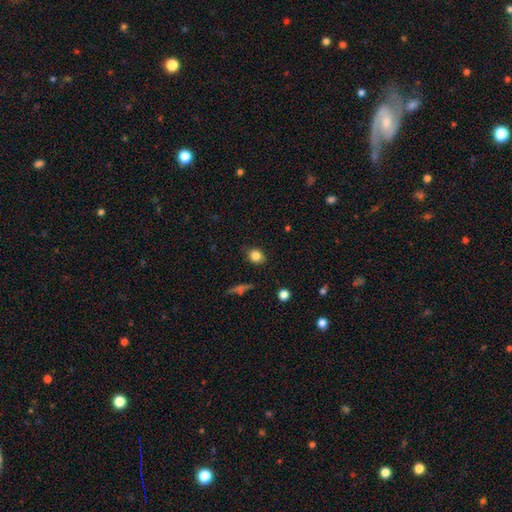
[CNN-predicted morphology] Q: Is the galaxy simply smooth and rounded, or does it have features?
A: smooth — 82%.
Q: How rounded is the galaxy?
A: round — 56%.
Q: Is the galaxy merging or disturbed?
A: none — 83%.